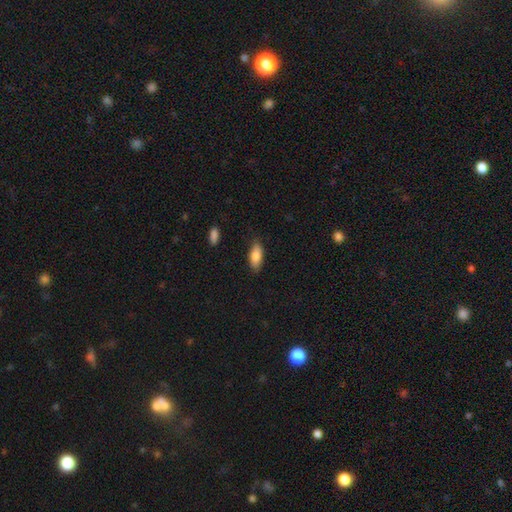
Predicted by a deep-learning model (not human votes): Overall: smooth (82%). How rounded: in between (81%). Merging: none (83%).